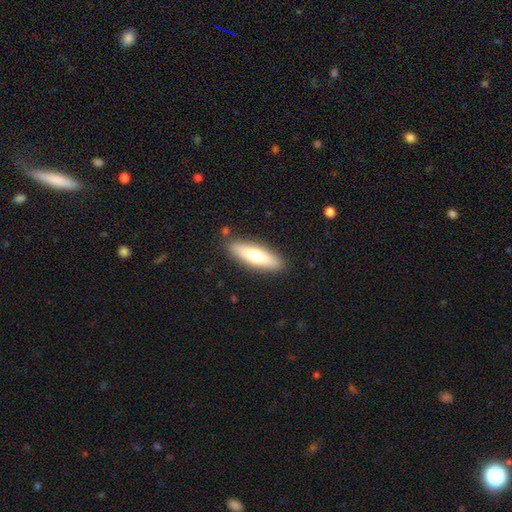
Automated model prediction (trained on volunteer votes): smooth_or_featured: smooth (p=0.60) [alt: featured or disk p=0.34]
how_rounded: cigar-shaped (p=0.58) [alt: in between p=0.40]
merging: none (p=0.87) [alt: minor disturbance p=0.09]